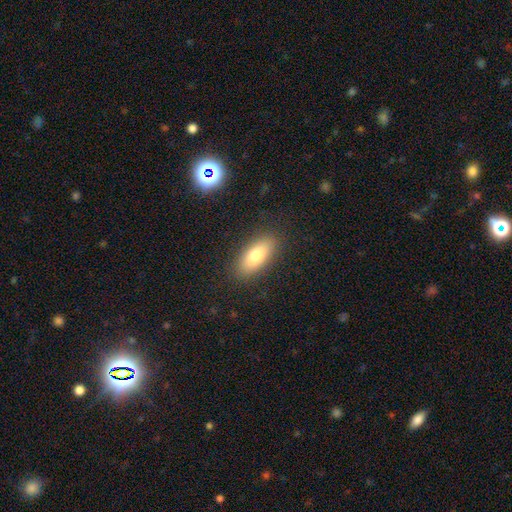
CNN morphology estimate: Smooth or featured? Predicted: smooth (p=0.77). How rounded? Predicted: in between (p=0.80). Merging? Predicted: none (p=0.87).